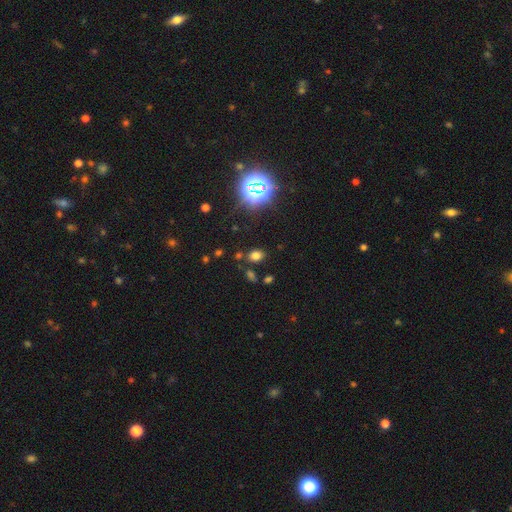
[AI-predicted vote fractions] The model was most divided on "smooth or featured": smooth: 66%, star or artifact: 27%, featured or disk: 7%. More confident: merging — none (81%); how rounded — in between (74%).